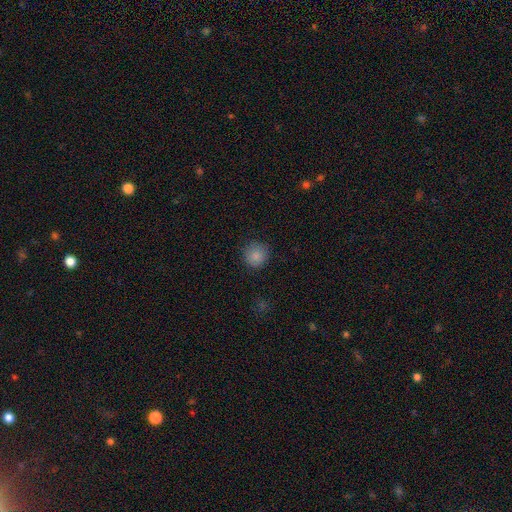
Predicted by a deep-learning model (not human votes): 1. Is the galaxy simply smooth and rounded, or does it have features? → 85% smooth, 10% star or artifact, 4% featured or disk.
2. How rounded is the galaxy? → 91% round, 8% in between, 1% cigar-shaped.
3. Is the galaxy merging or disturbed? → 86% none, 10% minor disturbance, 3% major disturbance, 1% merger.